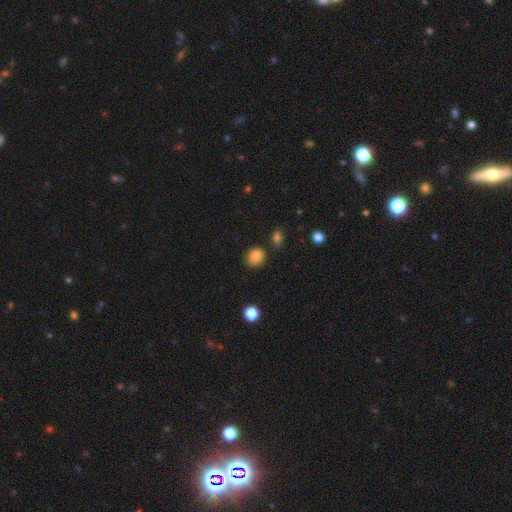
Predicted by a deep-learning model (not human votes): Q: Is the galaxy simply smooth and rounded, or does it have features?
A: smooth — 84%.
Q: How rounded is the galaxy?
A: round — 73%.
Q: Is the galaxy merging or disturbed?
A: none — 79%.